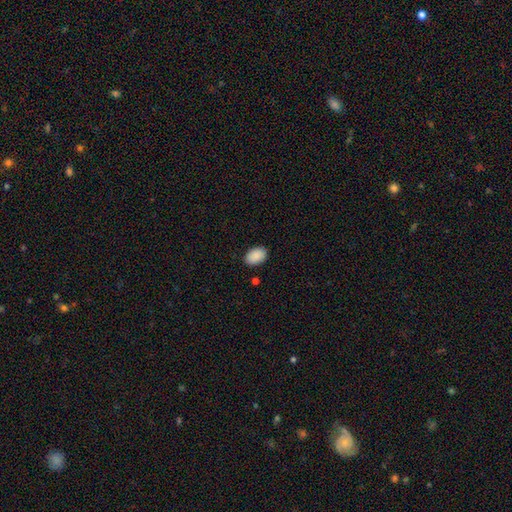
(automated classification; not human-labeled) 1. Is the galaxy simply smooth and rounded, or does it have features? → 90% smooth, 7% star or artifact, 3% featured or disk.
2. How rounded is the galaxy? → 89% in between, 10% round, 1% cigar-shaped.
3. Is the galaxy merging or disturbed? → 87% none, 9% minor disturbance, 2% major disturbance, 1% merger.